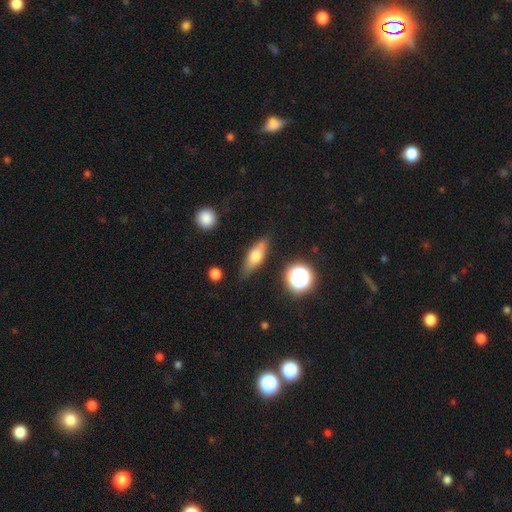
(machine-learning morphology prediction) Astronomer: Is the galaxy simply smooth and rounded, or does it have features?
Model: smooth — 59%.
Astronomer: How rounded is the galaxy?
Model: in between — 59% (runner-up: cigar-shaped, 35%).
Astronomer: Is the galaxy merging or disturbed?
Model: none — 75%.